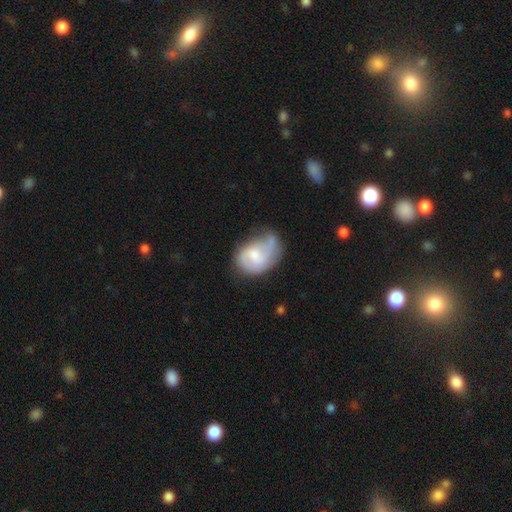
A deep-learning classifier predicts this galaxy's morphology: featured or disk 61%, smooth 33%, star or artifact 6%. Down the decision tree: edge-on disk — no (97%); bar — weak (47%); spiral arms — yes (82%); bulge size — moderate (44%); merging — none (34%).